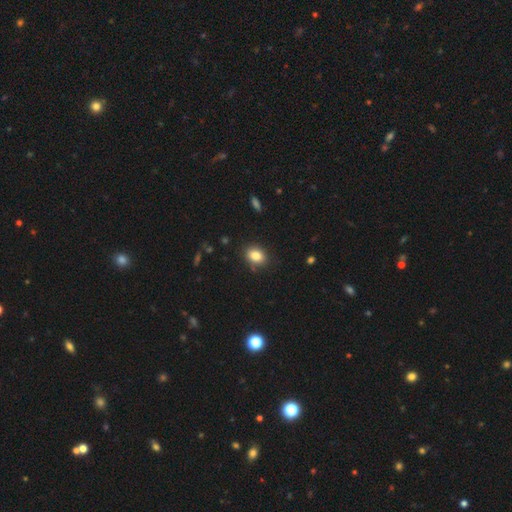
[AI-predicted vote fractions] The model was most divided on "how rounded": in between: 63%, round: 36%, cigar-shaped: 1%. More confident: merging — none (85%); smooth or featured — smooth (83%).